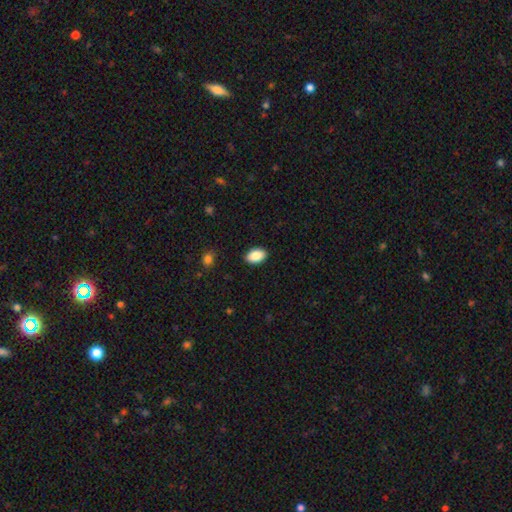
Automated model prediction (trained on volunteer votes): A smooth galaxy with no disk features (89%) that is in between round and cigar-shaped (91%).

Vote fractions:
- Smooth or featured? smooth: 89% / star or artifact: 7% / featured or disk: 4%
- How rounded? in between: 91% / round: 8% / cigar-shaped: 1%
- Merging? none: 89% / minor disturbance: 8% / major disturbance: 2% / merger: 1%